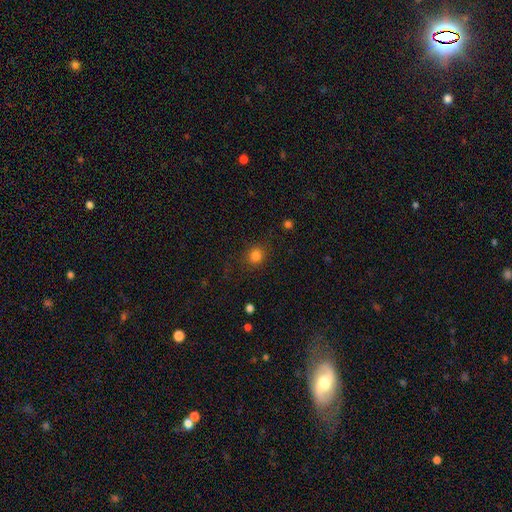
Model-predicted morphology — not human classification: This is clearly a smooth galaxy (82%). How rounded: likely round (80%). Merging: clearly none (85%).